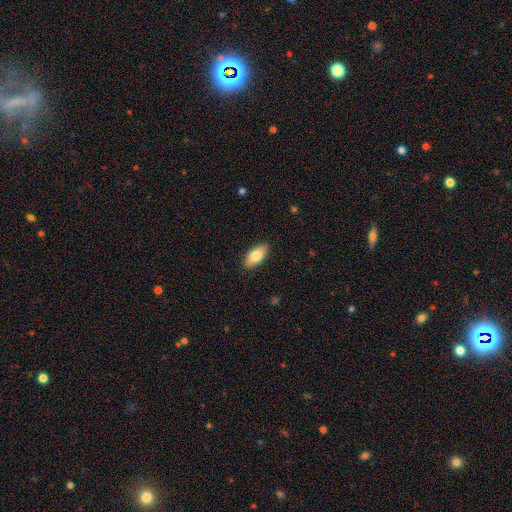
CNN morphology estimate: Smooth or featured? Predicted: smooth (p=0.81). How rounded? Predicted: in between (p=0.90). Merging? Predicted: none (p=0.89).